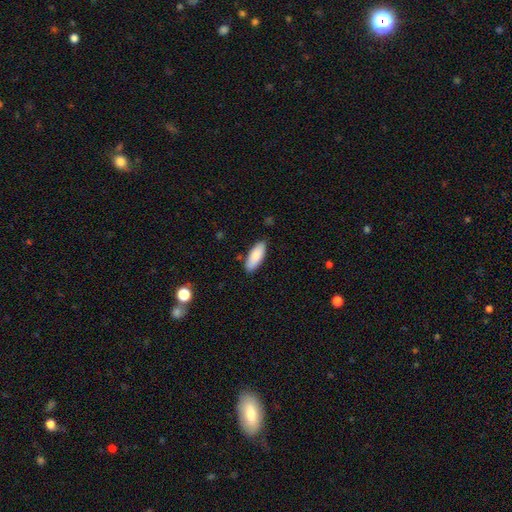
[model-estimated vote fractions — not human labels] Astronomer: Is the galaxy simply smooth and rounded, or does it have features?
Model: smooth — 84%.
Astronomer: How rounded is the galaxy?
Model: in between — 74%.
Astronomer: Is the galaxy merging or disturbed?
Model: none — 84%.